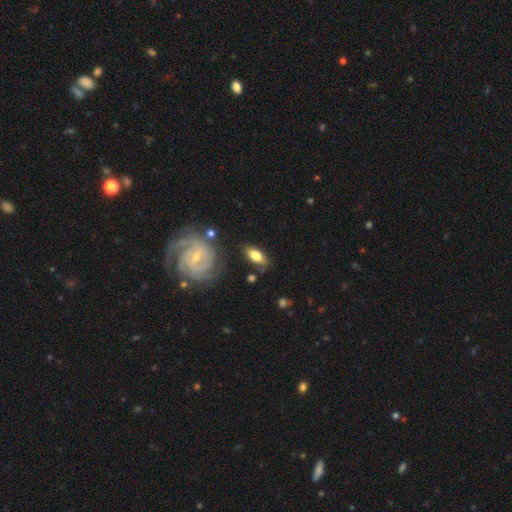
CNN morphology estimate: A smooth galaxy with no disk features (61%) that is in between round and cigar-shaped (78%).

Vote fractions:
- Smooth or featured? smooth: 61% / featured or disk: 33% / star or artifact: 6%
- How rounded? in between: 78% / cigar-shaped: 17% / round: 4%
- Merging? none: 76% / minor disturbance: 15% / major disturbance: 4% / merger: 4%